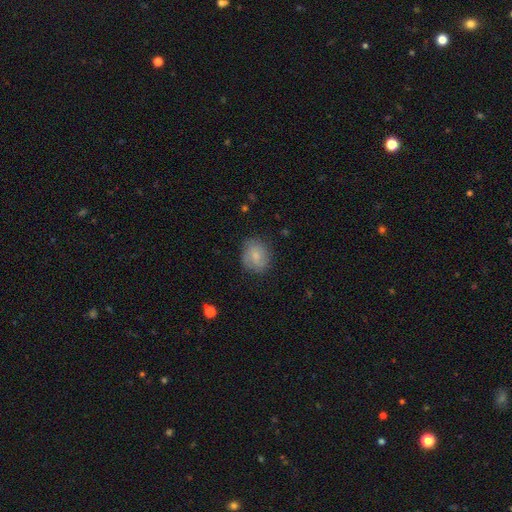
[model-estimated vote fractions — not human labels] smooth_or_featured: smooth (p=0.73) [alt: featured or disk p=0.20]
how_rounded: round (p=0.61) [alt: in between p=0.38]
merging: none (p=0.75) [alt: minor disturbance p=0.19]